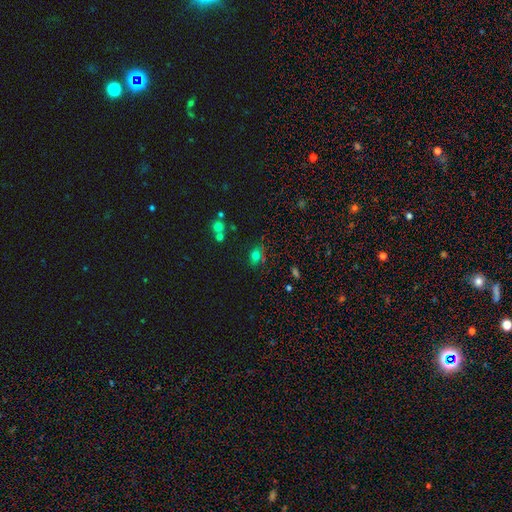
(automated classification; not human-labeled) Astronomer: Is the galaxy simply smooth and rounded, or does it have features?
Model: smooth — 68%.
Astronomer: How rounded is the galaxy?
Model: in between — 49%, tied with round at 49%.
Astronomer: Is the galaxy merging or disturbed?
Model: none — 65%.